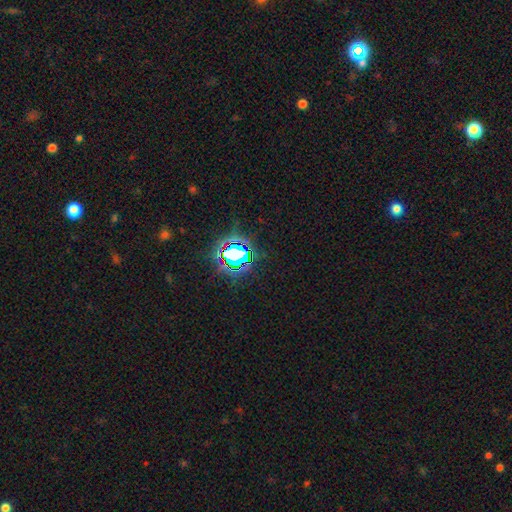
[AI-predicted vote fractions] A star or artifact, not a galaxy (79%).